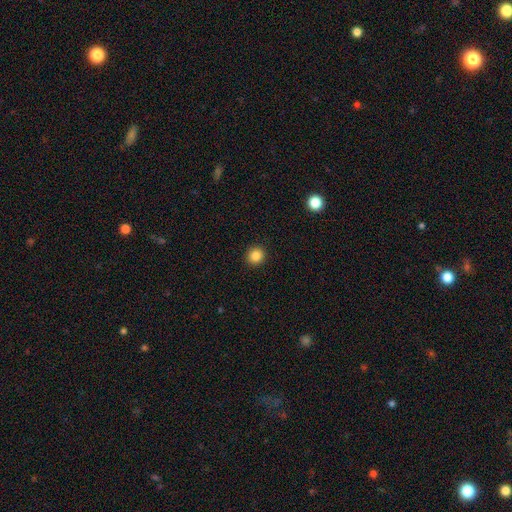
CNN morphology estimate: The model was most divided on "smooth or featured": smooth: 85%, star or artifact: 11%, featured or disk: 4%. More confident: merging — none (93%); how rounded — round (90%).